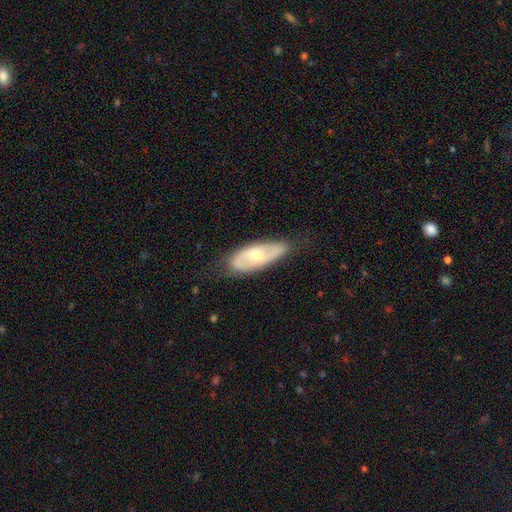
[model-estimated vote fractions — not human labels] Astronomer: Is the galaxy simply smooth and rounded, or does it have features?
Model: featured or disk — 54% (runner-up: smooth, 41%).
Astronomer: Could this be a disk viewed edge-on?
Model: no — 84%.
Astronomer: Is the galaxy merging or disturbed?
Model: none — 71%.